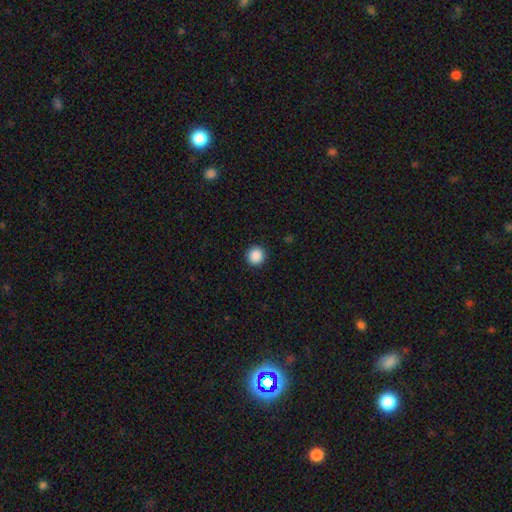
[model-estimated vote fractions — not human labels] This appears to be a smooth galaxy with no disk features (89%) that is round (95%). Merging: none (93%).